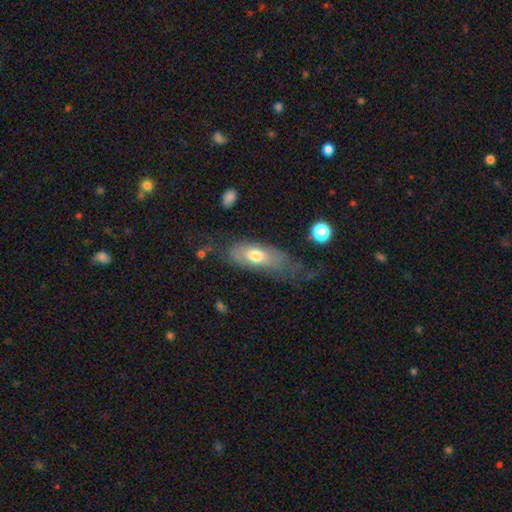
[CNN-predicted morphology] Smooth or featured: smooth — 57% (featured or disk — 36%)
How rounded: in between — 77% (cigar-shaped — 19%)
Merging: none — 45% (minor disturbance — 27%)